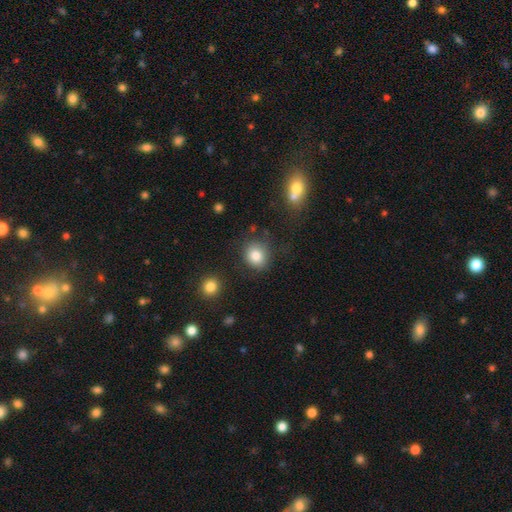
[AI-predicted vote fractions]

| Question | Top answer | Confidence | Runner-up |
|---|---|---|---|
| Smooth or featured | smooth | 83% | star or artifact (10%) |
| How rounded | round | 76% | in between (23%) |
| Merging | none | 79% | minor disturbance (13%) |